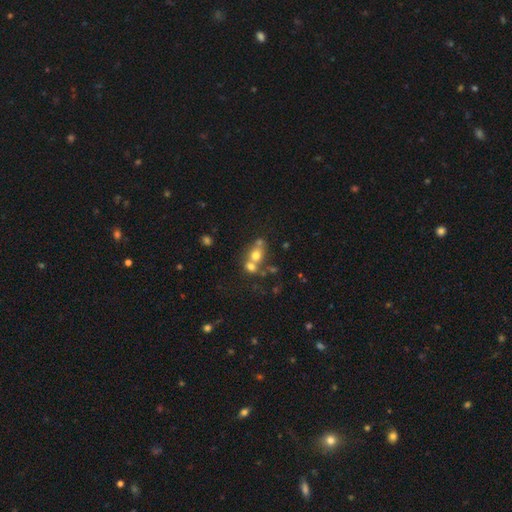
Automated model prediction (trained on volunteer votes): A smooth galaxy with no disk features (63%) that is round (64%). Merging: merger (53%).